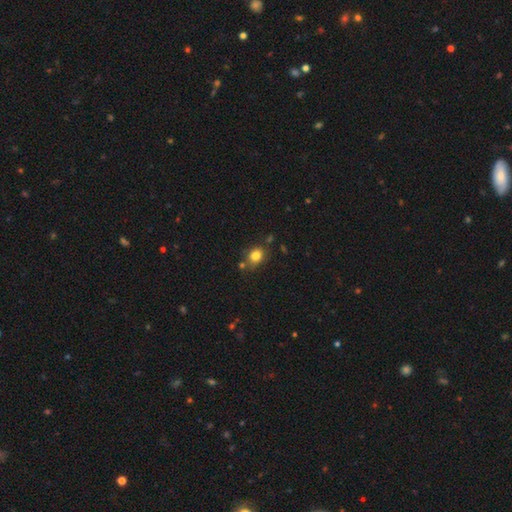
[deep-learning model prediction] smooth-or-featured: smooth: 82% | star or artifact: 11% | featured or disk: 7%
  how-rounded: round: 54% | in between: 45% | cigar-shaped: 1%
  merging: none: 73% | minor disturbance: 15% | merger: 8% | major disturbance: 4%